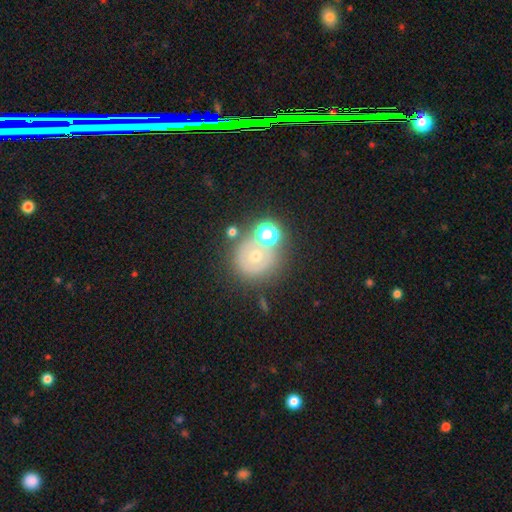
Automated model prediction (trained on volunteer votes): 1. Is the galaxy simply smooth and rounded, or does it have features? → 43% smooth, 37% featured or disk, 21% star or artifact.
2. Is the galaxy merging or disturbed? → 58% none, 22% merger, 13% minor disturbance, 7% major disturbance.